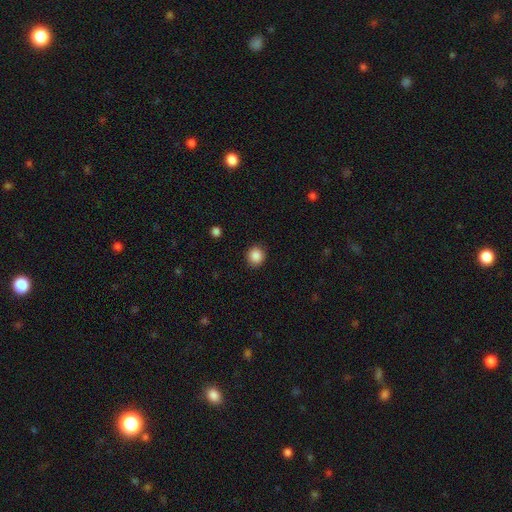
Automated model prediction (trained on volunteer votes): smooth 88%, star or artifact 9%, featured or disk 3%. Down the decision tree: how rounded — round (90%); merging — none (91%).